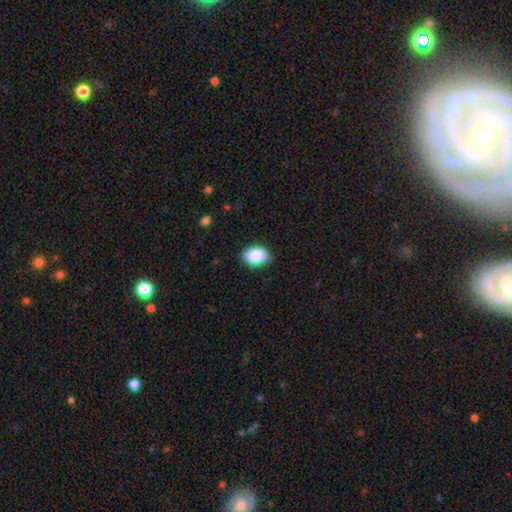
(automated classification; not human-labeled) smooth_or_featured: smooth (p=0.89) [alt: star or artifact p=0.07]
how_rounded: in between (p=0.83) [alt: round p=0.16]
merging: none (p=0.86) [alt: minor disturbance p=0.11]